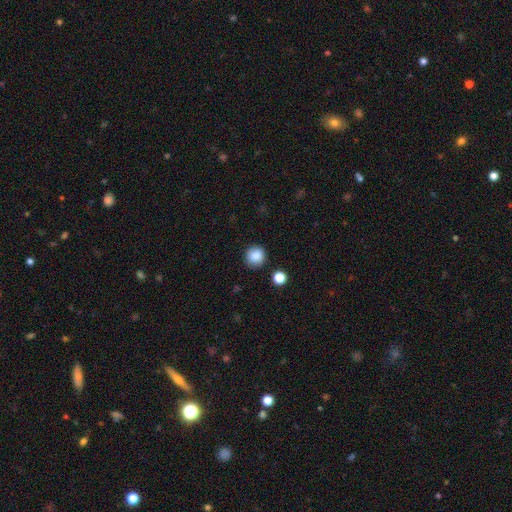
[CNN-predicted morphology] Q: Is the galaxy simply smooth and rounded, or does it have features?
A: smooth — 87%.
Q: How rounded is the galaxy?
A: round — 93%.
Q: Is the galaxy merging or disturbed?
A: none — 89%.